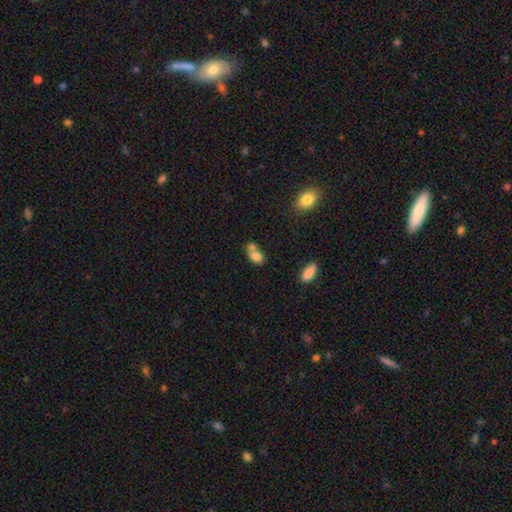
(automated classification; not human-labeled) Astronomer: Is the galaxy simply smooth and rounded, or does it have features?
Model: smooth — 76%.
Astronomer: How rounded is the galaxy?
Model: in between — 69%.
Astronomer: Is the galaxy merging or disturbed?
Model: merger — 57%.